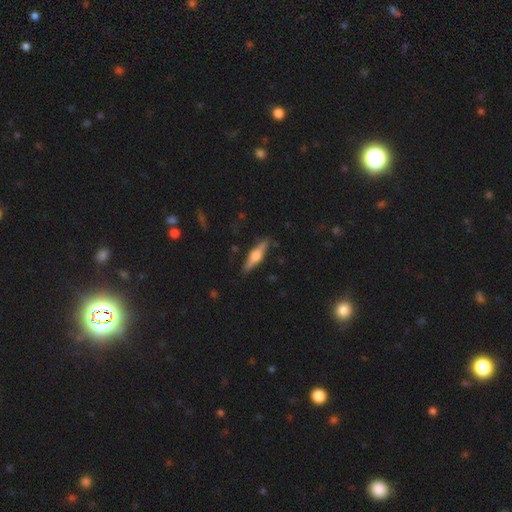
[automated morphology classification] A featured or disk galaxy (63%) viewed edge-on (96%) with a rounded central bulge (91%). Merging: none (86%).